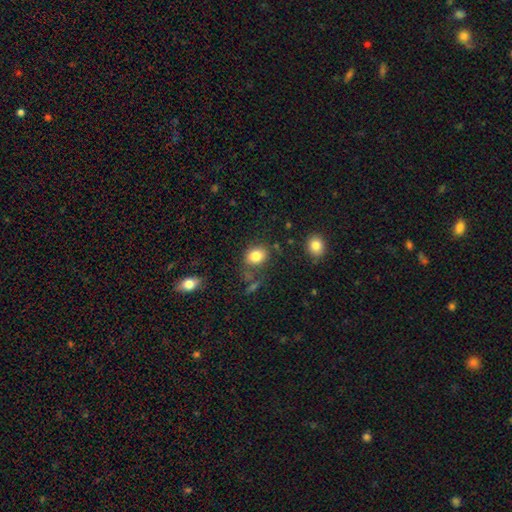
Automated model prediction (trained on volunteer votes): smooth-or-featured: smooth: 83% | star or artifact: 10% | featured or disk: 7%
  how-rounded: in between: 57% | round: 42% | cigar-shaped: 1%
  merging: none: 72% | minor disturbance: 15% | merger: 7% | major disturbance: 5%